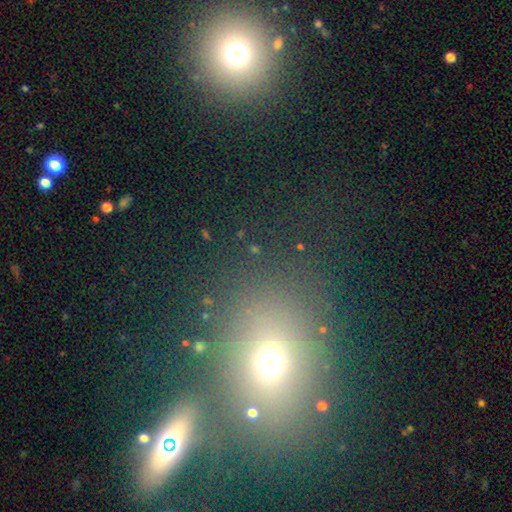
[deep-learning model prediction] A smooth galaxy with no disk features (55%) that is round (59%).

Vote fractions:
- Smooth or featured? smooth: 55% / star or artifact: 31% / featured or disk: 14%
- How rounded? round: 59% / in between: 38% / cigar-shaped: 3%
- Merging? none: 70% / minor disturbance: 11% / merger: 11% / major disturbance: 7%